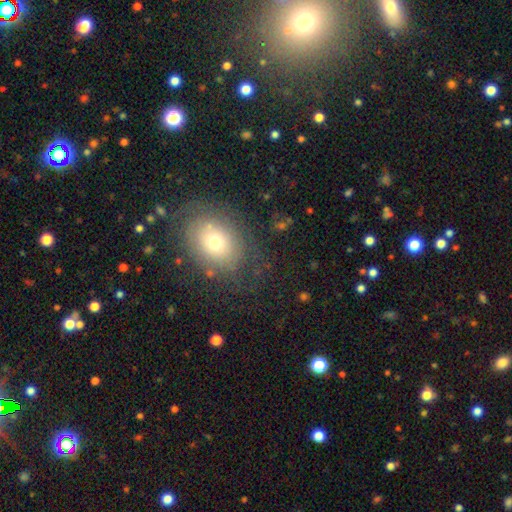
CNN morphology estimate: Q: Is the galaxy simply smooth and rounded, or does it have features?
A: smooth — 49%.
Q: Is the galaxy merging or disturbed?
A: none — 82%.